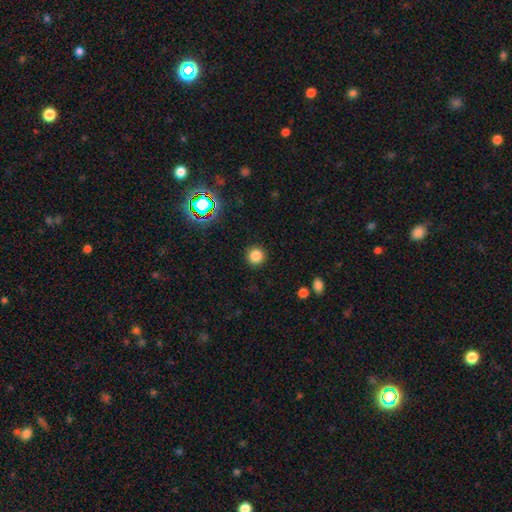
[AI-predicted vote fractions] smooth-or-featured: smooth: 81% | star or artifact: 15% | featured or disk: 4%
  how-rounded: round: 95% | in between: 4% | cigar-shaped: 1%
  merging: none: 91% | minor disturbance: 5% | major disturbance: 2% | merger: 1%